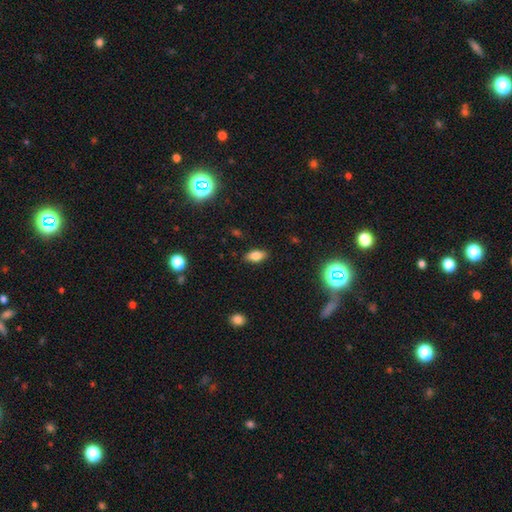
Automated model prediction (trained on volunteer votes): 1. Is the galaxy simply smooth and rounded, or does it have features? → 79% smooth, 11% star or artifact, 10% featured or disk.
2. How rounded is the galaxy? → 88% in between, 7% cigar-shaped, 5% round.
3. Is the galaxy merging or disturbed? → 86% none, 10% minor disturbance, 3% major disturbance, 1% merger.